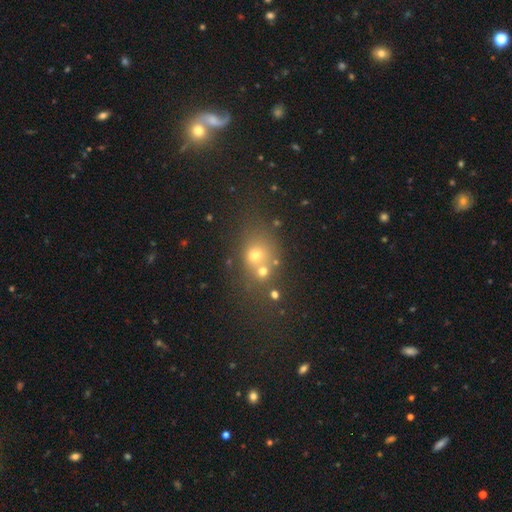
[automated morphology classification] The model was most divided on "merging": none: 48%, merger: 33%, minor disturbance: 12%, major disturbance: 7%. More confident: smooth or featured — smooth (57%); how rounded — round (57%).